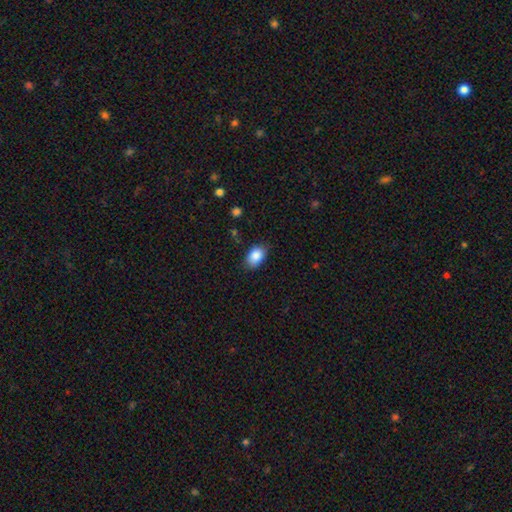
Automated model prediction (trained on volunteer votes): Overall: smooth (88%). How rounded: in between (87%). Merging: none (81%).